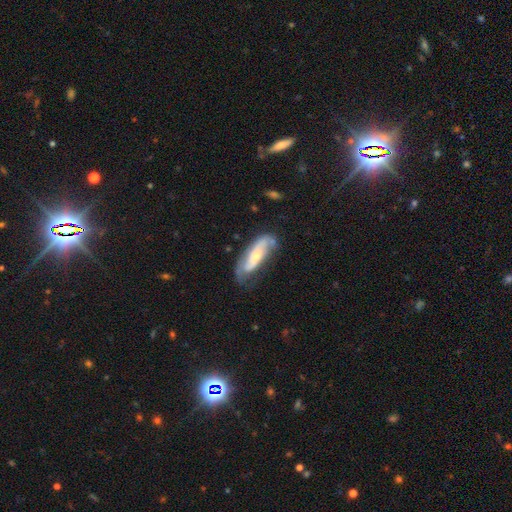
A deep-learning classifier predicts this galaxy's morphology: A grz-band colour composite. It shows a featured or disk galaxy (65%) with no bar (58%), spiral arms (78%) and a small central bulge (53%). Merging: none (55%).